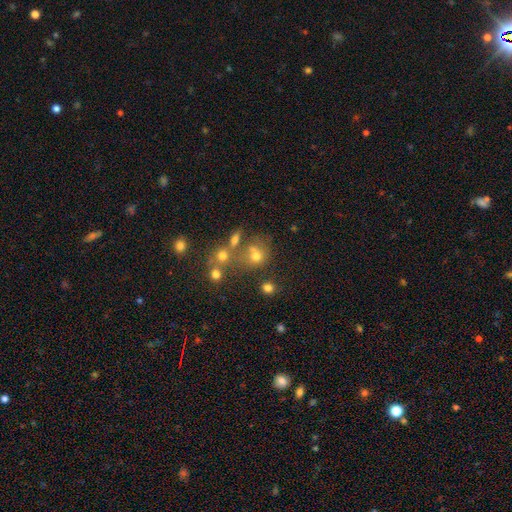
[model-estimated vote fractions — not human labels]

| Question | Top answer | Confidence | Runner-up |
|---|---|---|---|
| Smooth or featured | smooth | 62% | star or artifact (22%) |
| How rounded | round | 74% | in between (25%) |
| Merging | none | 47% | merger (33%) |